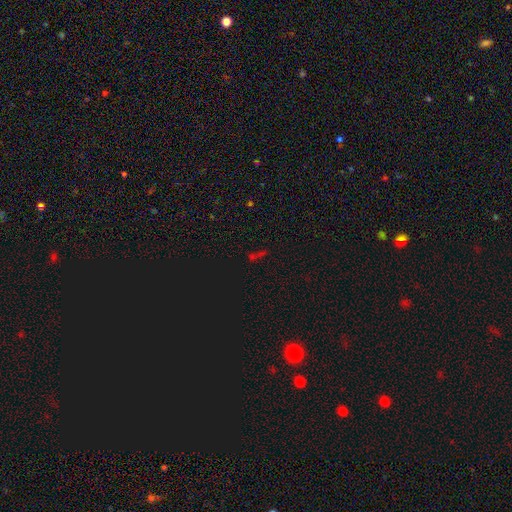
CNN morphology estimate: smooth_or_featured: star or artifact (p=0.62) [alt: smooth p=0.27]